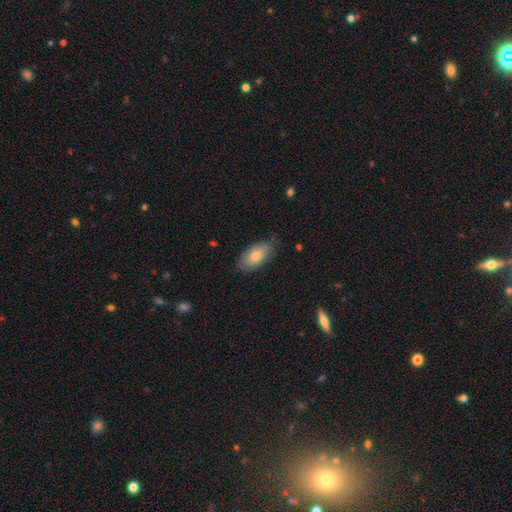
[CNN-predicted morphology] Smooth or featured: smooth — 77% (featured or disk — 16%)
How rounded: in between — 92% (cigar-shaped — 5%)
Merging: none — 75% (minor disturbance — 20%)